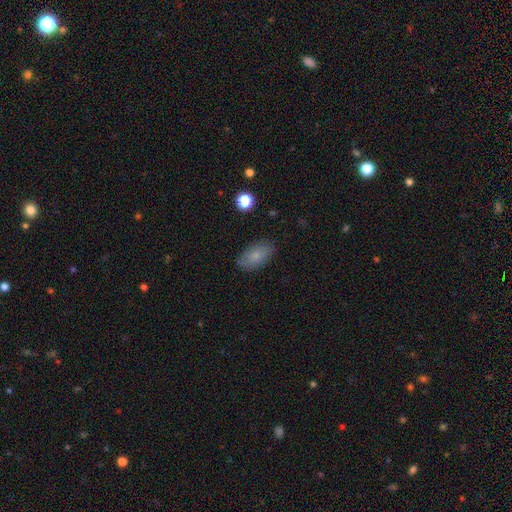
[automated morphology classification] smooth-or-featured: smooth: 80% | featured or disk: 13% | star or artifact: 8%
  how-rounded: in between: 92% | round: 5% | cigar-shaped: 3%
  merging: none: 82% | minor disturbance: 13% | major disturbance: 3% | merger: 1%